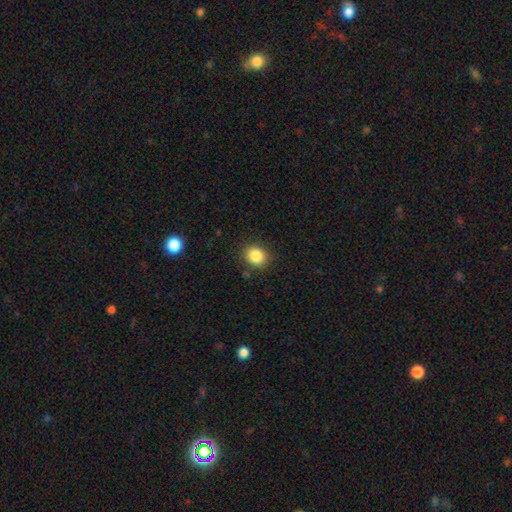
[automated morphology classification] This is clearly a smooth galaxy (85%). How rounded: likely round (74%). Merging: clearly none (87%).